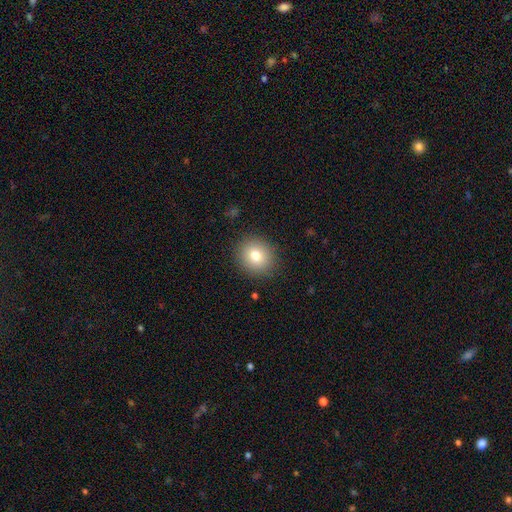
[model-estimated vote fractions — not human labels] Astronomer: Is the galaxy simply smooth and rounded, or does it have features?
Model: smooth — 77%.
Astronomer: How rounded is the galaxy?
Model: round — 82%.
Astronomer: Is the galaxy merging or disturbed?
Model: none — 88%.